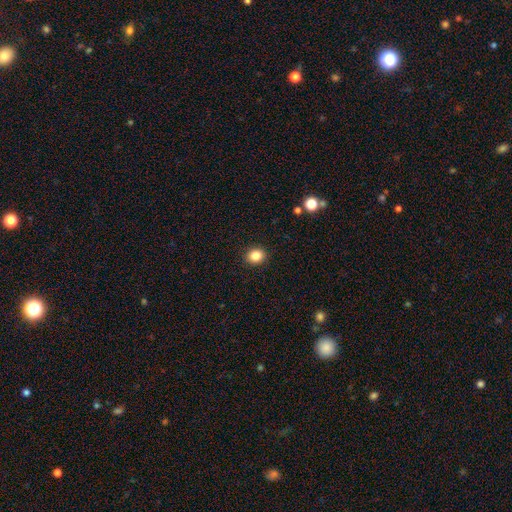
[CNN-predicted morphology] smooth_or_featured: smooth (p=0.85) [alt: star or artifact p=0.11]
how_rounded: round (p=0.65) [alt: in between p=0.34]
merging: none (p=0.91) [alt: minor disturbance p=0.06]